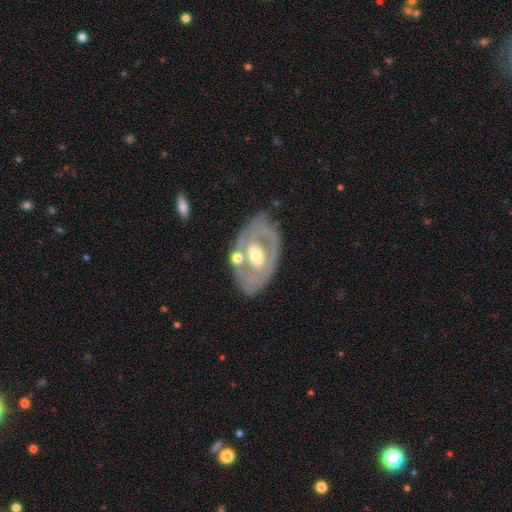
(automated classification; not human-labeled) smooth_or_featured: featured or disk (p=0.76) [alt: smooth p=0.18]
disk_edge_on: no (p=0.93) [alt: yes p=0.07]
bar: no (p=0.45) [alt: weak p=0.34]
has_spiral_arms: yes (p=0.53) [alt: no p=0.47]
bulge_size: moderate (p=0.65) [alt: small p=0.23]
merging: none (p=0.63) [alt: minor disturbance p=0.19]